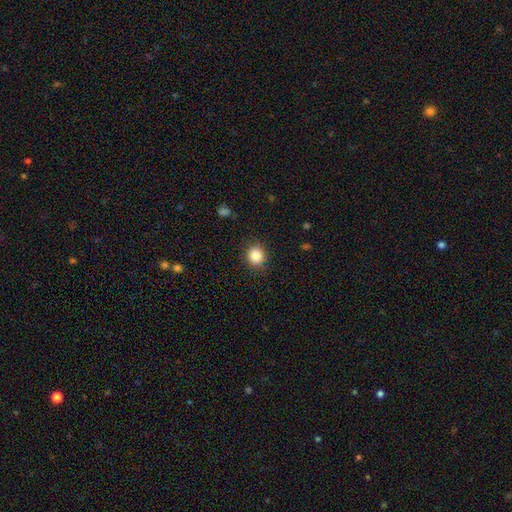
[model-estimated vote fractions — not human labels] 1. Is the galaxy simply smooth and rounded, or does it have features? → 85% smooth, 10% star or artifact, 5% featured or disk.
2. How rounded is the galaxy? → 85% round, 14% in between, 1% cigar-shaped.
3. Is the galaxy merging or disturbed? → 89% none, 8% minor disturbance, 2% major disturbance, 1% merger.